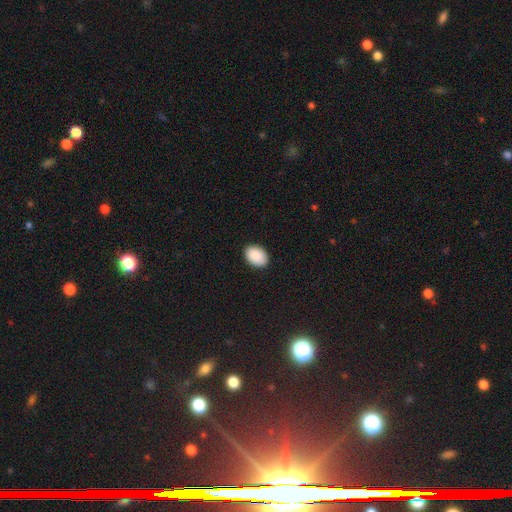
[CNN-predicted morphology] A smooth galaxy with no disk features (91%) that is in between round and cigar-shaped (86%).

Vote fractions:
- Smooth or featured? smooth: 91% / star or artifact: 6% / featured or disk: 3%
- How rounded? in between: 86% / round: 13% / cigar-shaped: 1%
- Merging? none: 90% / minor disturbance: 8% / major disturbance: 2% / merger: 1%